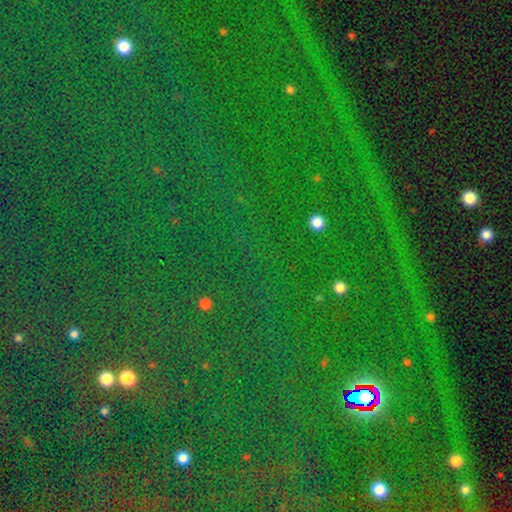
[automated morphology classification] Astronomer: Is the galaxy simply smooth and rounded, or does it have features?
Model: star or artifact — 84%.